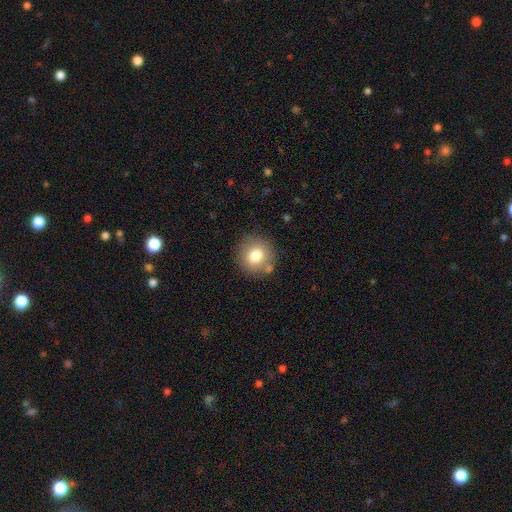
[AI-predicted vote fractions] A smooth galaxy with no disk features (79%) that is round (89%).

Vote fractions:
- Smooth or featured? smooth: 79% / featured or disk: 12% / star or artifact: 10%
- How rounded? round: 89% / in between: 10% / cigar-shaped: 1%
- Merging? none: 82% / minor disturbance: 11% / merger: 4% / major disturbance: 3%